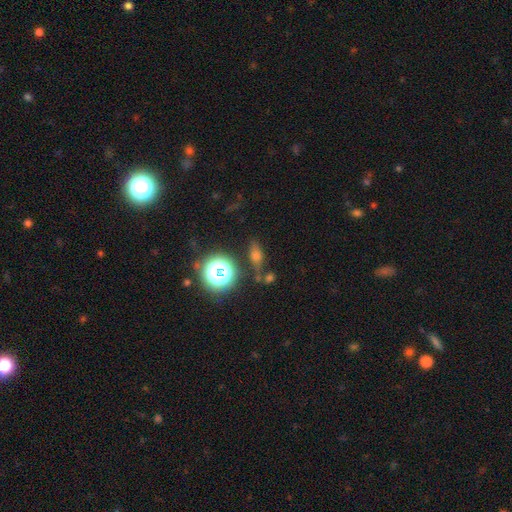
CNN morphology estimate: type=smooth (52%); roundness=in between (55%); merging=none (68%).